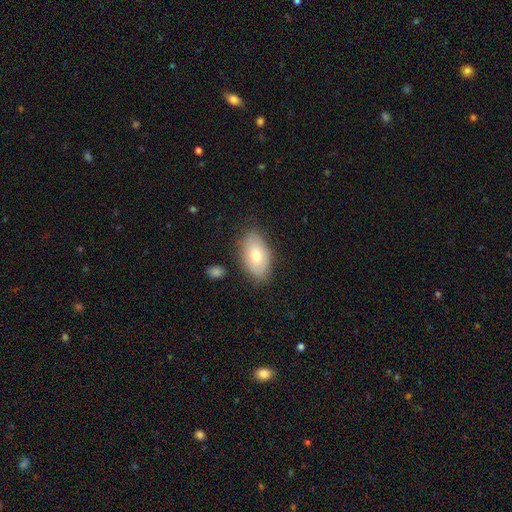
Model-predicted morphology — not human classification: Smooth or featured?
  - smooth: 68% *
  - featured or disk: 25%
  - star or artifact: 6%
How rounded?
  - in between: 93% *
  - round: 5%
  - cigar-shaped: 2%
Merging?
  - none: 79% *
  - minor disturbance: 15%
  - major disturbance: 3%
  - merger: 2%